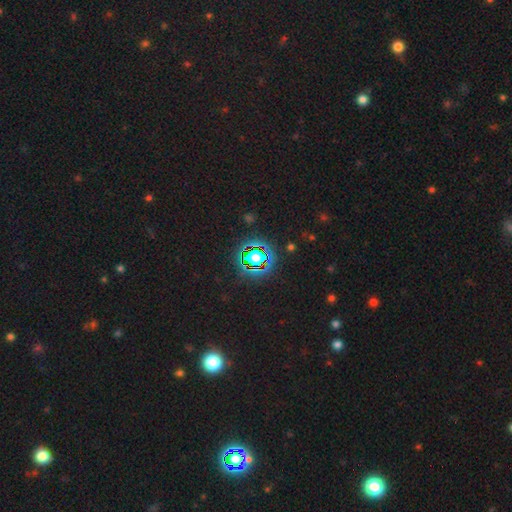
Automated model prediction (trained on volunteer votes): Overall: star or artifact (79%).